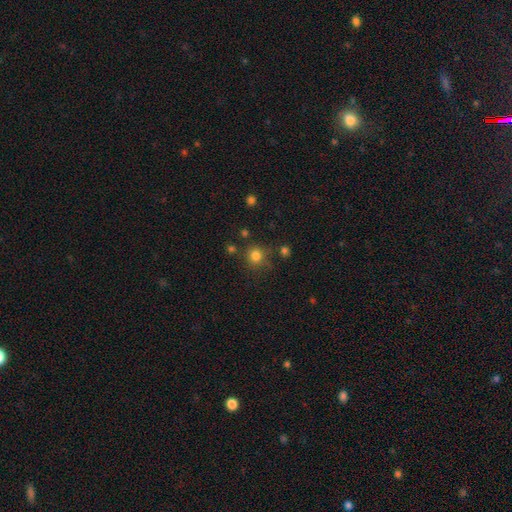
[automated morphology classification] A smooth galaxy with no disk features (80%) that is round (91%).

Vote fractions:
- Smooth or featured? smooth: 80% / star or artifact: 15% / featured or disk: 6%
- How rounded? round: 91% / in between: 8% / cigar-shaped: 1%
- Merging? none: 78% / minor disturbance: 12% / merger: 7% / major disturbance: 4%